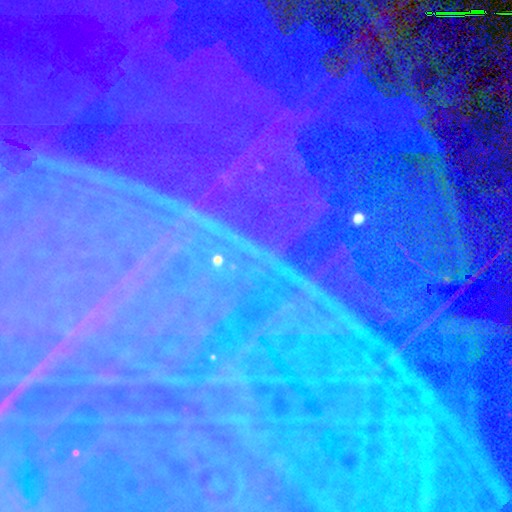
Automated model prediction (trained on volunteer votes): Smooth or featured: star or artifact — 87% (featured or disk — 7%)